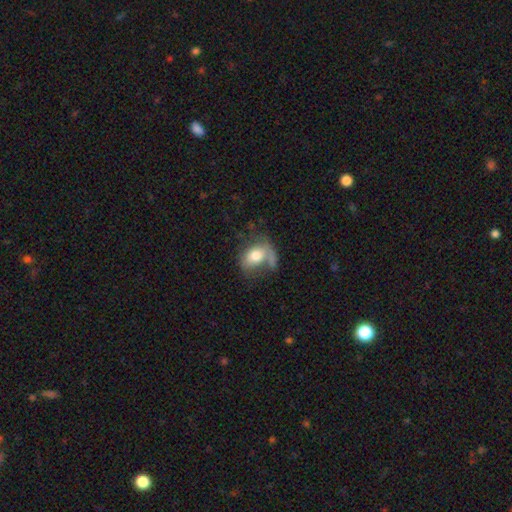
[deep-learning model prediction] smooth-or-featured: smooth: 64% | featured or disk: 28% | star or artifact: 8%
  how-rounded: in between: 72% | round: 27% | cigar-shaped: 2%
  merging: none: 33% | major disturbance: 31% | minor disturbance: 23% | merger: 13%